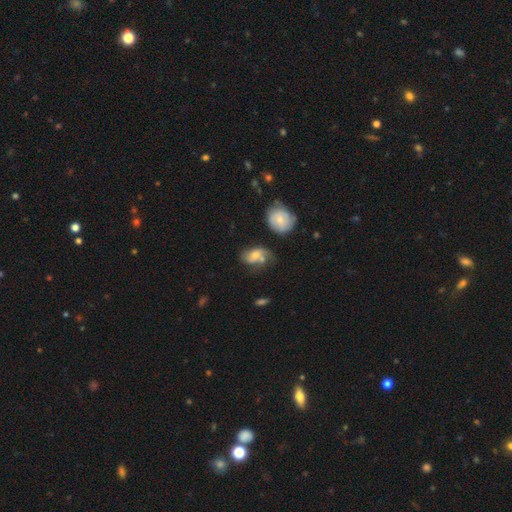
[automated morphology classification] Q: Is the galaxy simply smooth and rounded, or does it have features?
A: smooth — 45%.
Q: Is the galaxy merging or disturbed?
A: none — 38%.